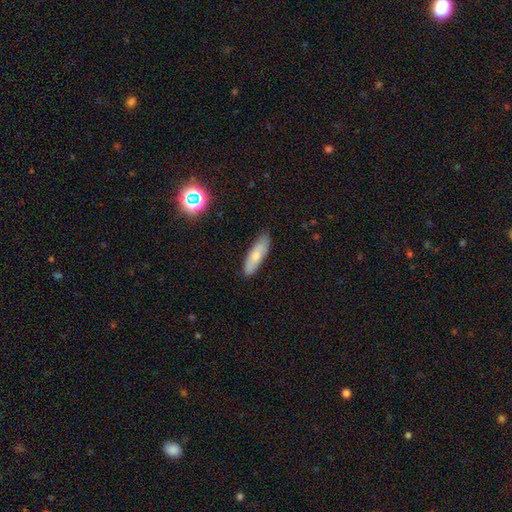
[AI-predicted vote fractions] This is likely a smooth galaxy (70%). How rounded: possibly cigar-shaped (54%). Merging: clearly none (82%).